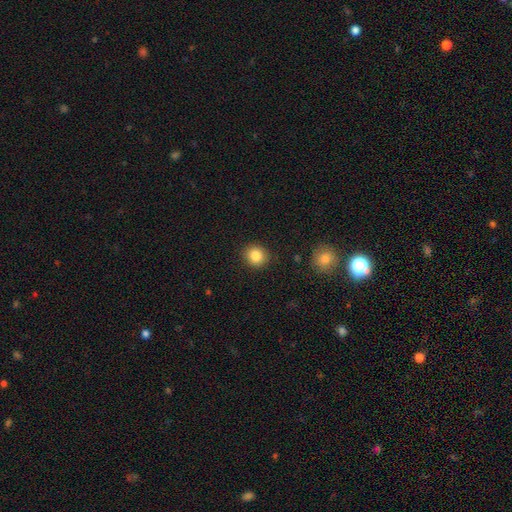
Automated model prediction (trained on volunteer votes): Smooth or featured? Predicted: smooth (p=0.85). How rounded? Predicted: round (p=0.86). Merging? Predicted: none (p=0.90).